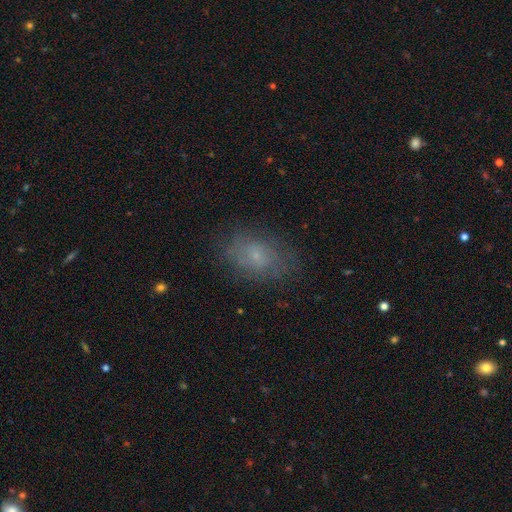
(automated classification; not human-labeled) Overall: smooth (57%; featured or disk 31%). How rounded: in between (79%). Merging: none (72%).